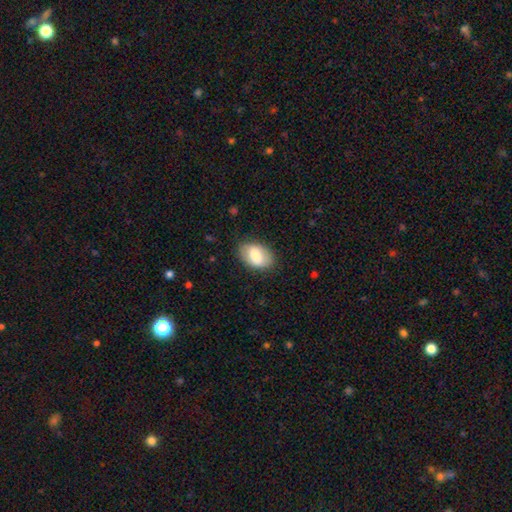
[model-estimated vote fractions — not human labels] A smooth galaxy with no disk features (72%) that is in between round and cigar-shaped (88%). Merging: none (82%).